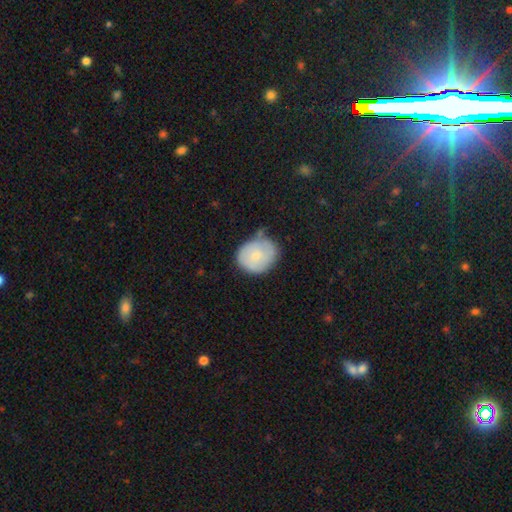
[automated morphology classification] Smooth or featured: smooth — 71% (featured or disk — 23%)
How rounded: round — 62% (in between — 37%)
Merging: none — 51% (minor disturbance — 34%)